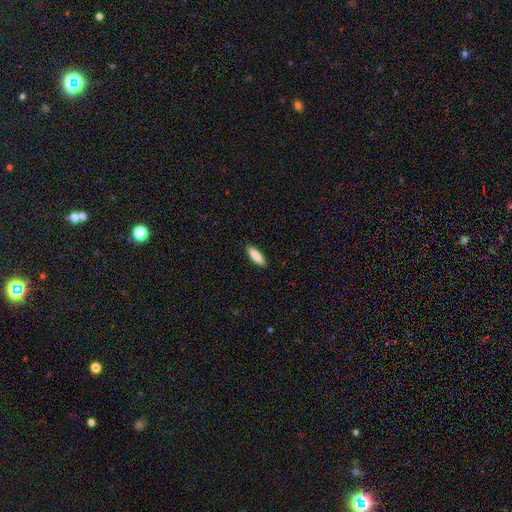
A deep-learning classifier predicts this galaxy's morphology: smooth_or_featured: smooth (p=0.86) [alt: featured or disk p=0.08]
how_rounded: cigar-shaped (p=0.54) [alt: in between p=0.44]
merging: none (p=0.89) [alt: minor disturbance p=0.08]